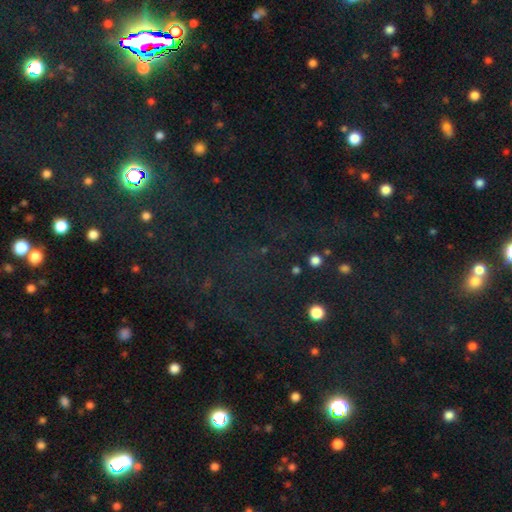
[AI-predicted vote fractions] Smooth or featured?
  - star or artifact: 71% *
  - smooth: 19%
  - featured or disk: 10%